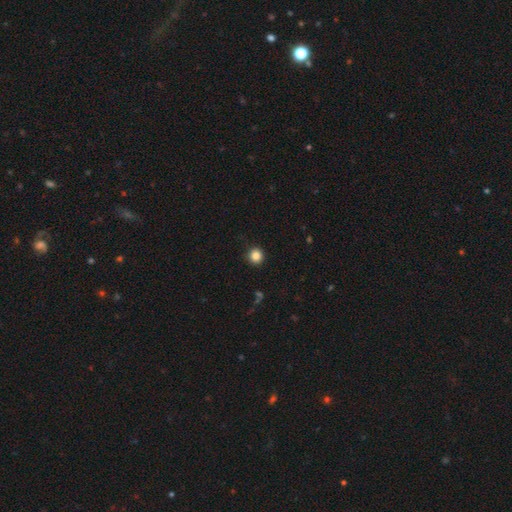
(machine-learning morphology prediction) The model was most divided on "smooth or featured": smooth: 85%, star or artifact: 11%, featured or disk: 4%. More confident: how rounded — round (94%); merging — none (92%).